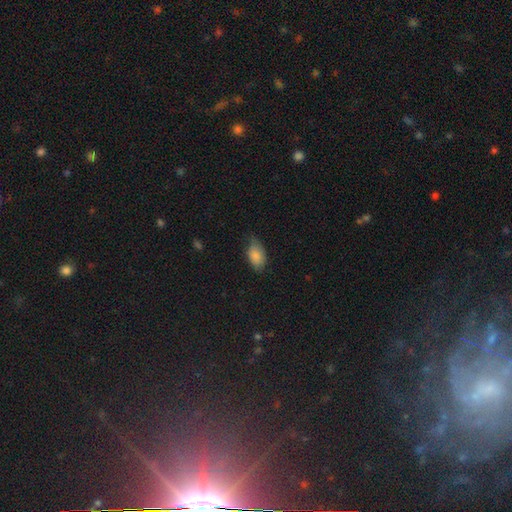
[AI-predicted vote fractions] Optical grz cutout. It shows a smooth galaxy with no disk features (85%) that is in between round and cigar-shaped (92%). Merging: none (61%).